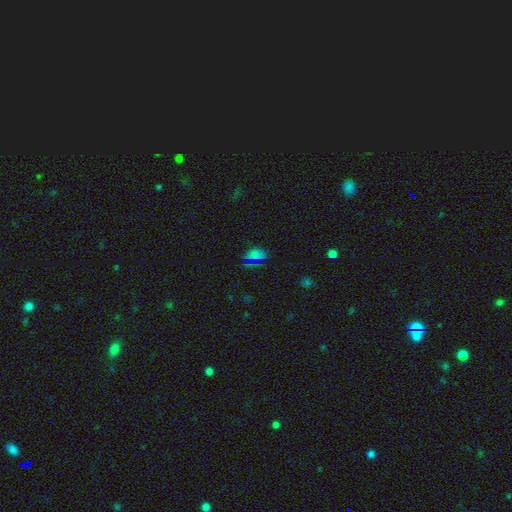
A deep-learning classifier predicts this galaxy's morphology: type=smooth (52%); roundness=in between (82%); merging=none (59%).